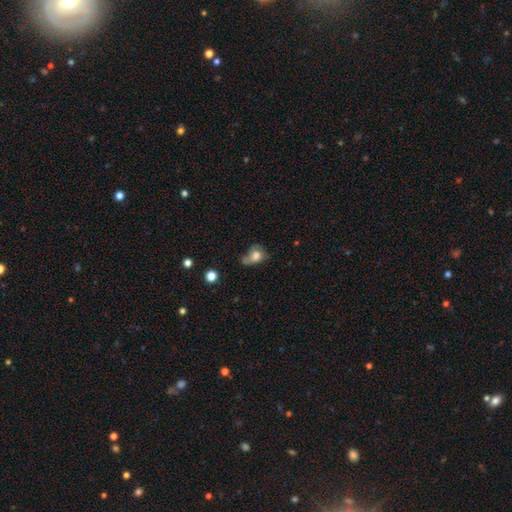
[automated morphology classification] smooth_or_featured: smooth (p=0.70) [alt: featured or disk p=0.20]
how_rounded: in between (p=0.57) [alt: round p=0.41]
merging: minor disturbance (p=0.32) [alt: none p=0.29]